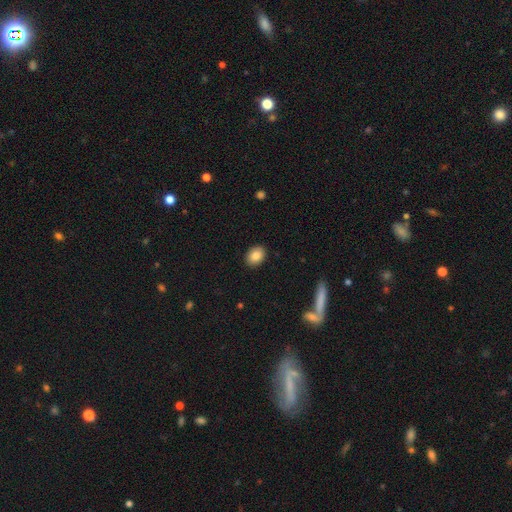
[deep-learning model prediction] This is clearly a smooth galaxy (84%). How rounded: likely in between (69%). Merging: clearly none (90%).